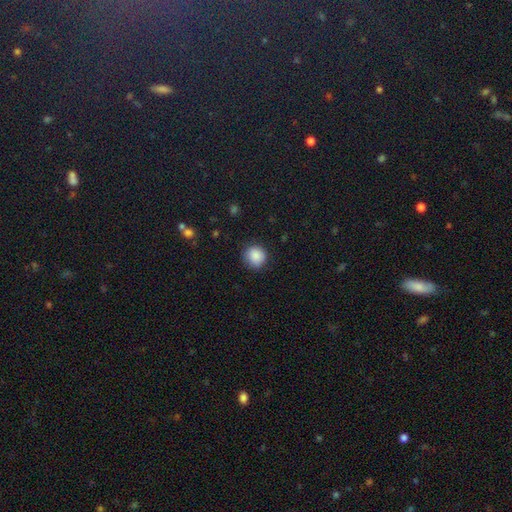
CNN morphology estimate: Smooth or featured? smooth (88%)
How rounded? round (92%)
Merging? none (86%)